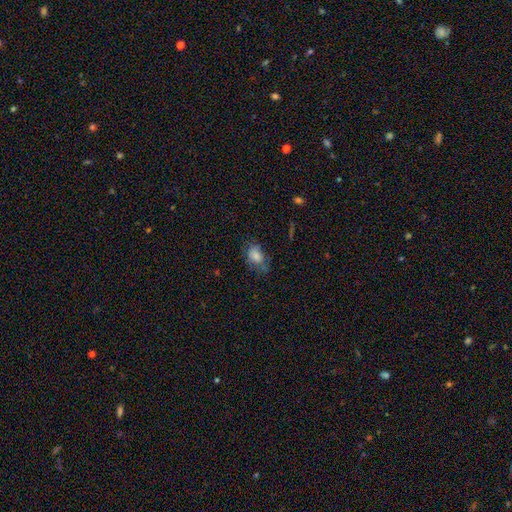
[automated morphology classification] Smooth or featured? Predicted: smooth (p=0.77). How rounded? Predicted: in between (p=0.81). Merging? Predicted: none (p=0.52).